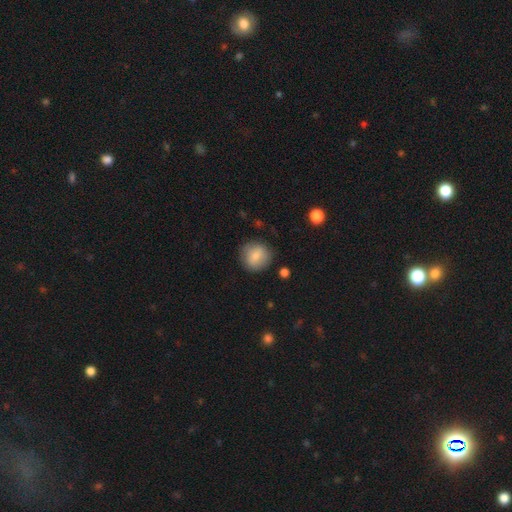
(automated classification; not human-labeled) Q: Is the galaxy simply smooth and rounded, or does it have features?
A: smooth — 80%.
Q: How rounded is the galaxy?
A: round — 87%.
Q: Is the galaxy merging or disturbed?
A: none — 83%.